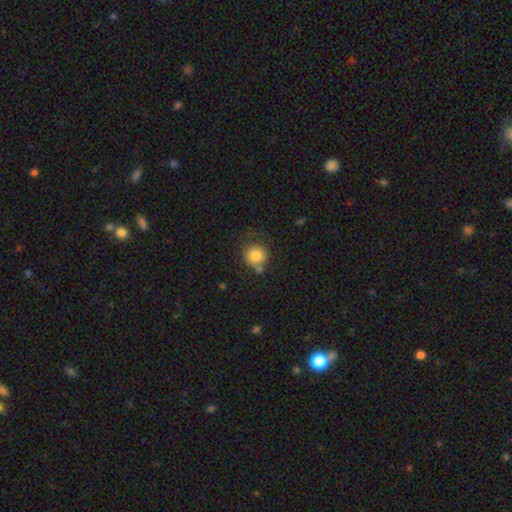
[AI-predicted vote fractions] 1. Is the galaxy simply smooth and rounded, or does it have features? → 82% smooth, 10% star or artifact, 9% featured or disk.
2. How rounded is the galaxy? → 90% round, 9% in between, 1% cigar-shaped.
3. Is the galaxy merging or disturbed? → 62% none, 18% minor disturbance, 13% merger, 7% major disturbance.